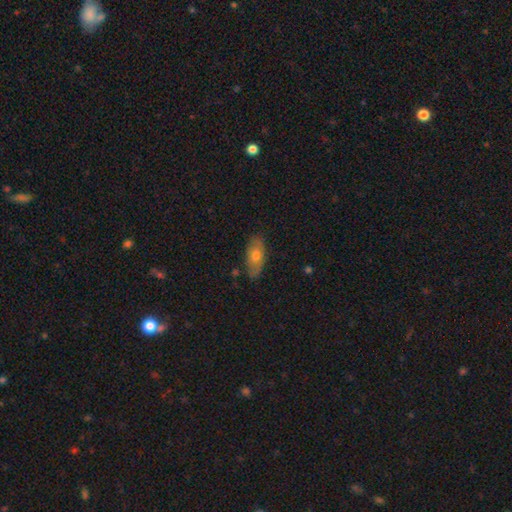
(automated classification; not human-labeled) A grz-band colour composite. It shows a smooth galaxy with no disk features (61%) that is in between round and cigar-shaped (85%). Merging: none (80%).